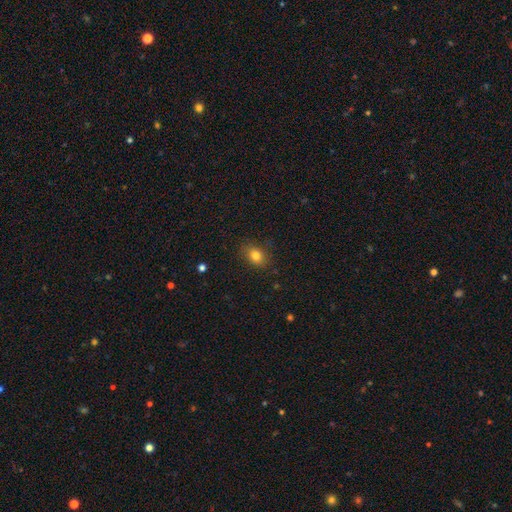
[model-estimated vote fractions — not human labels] A smooth galaxy with no disk features (81%) that is in between round and cigar-shaped (71%). Merging: none (84%).